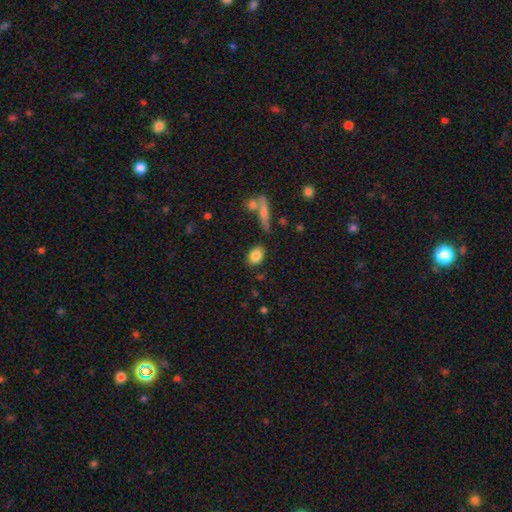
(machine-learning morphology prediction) A smooth galaxy with no disk features (83%) that is in between round and cigar-shaped (82%). Merging: none (82%).